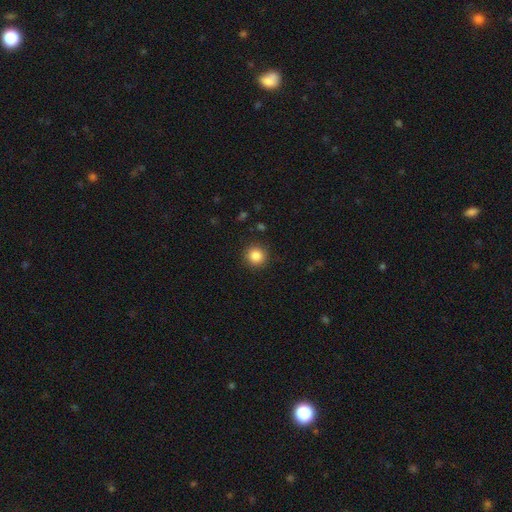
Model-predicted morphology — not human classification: Smooth or featured: smooth — 85% (star or artifact — 10%)
How rounded: round — 94% (in between — 5%)
Merging: none — 91% (minor disturbance — 6%)